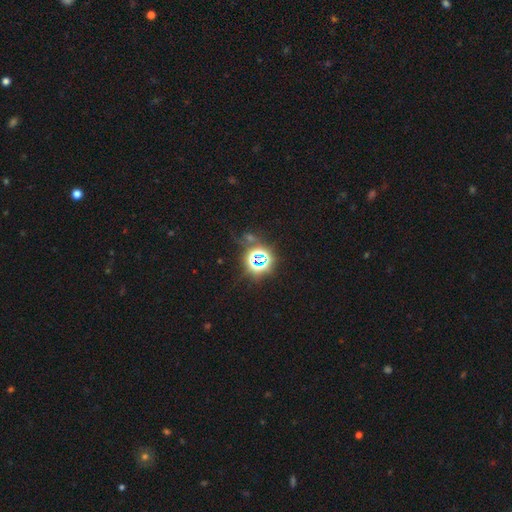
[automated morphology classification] This appears to be a star or artifact, not a galaxy (74%).